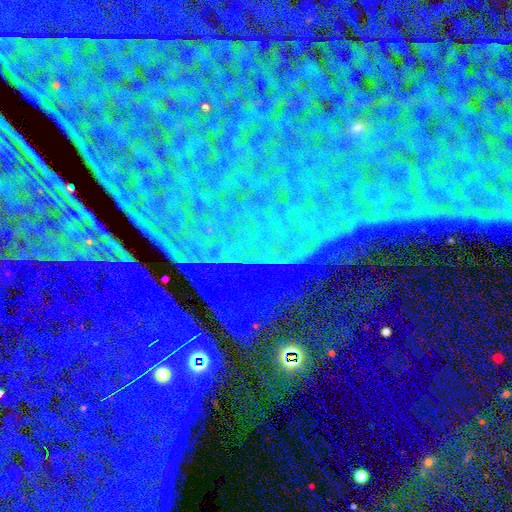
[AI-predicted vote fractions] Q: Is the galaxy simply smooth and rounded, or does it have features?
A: star or artifact — 87%.